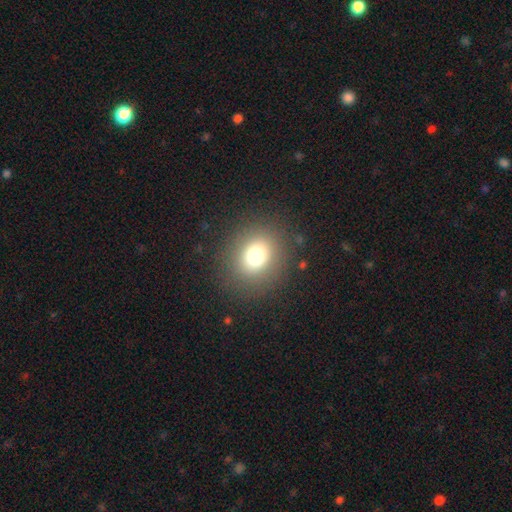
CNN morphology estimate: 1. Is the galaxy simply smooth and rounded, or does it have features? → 74% smooth, 16% star or artifact, 10% featured or disk.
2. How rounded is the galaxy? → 76% round, 23% in between, 1% cigar-shaped.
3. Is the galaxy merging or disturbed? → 86% none, 8% minor disturbance, 5% major disturbance, 1% merger.